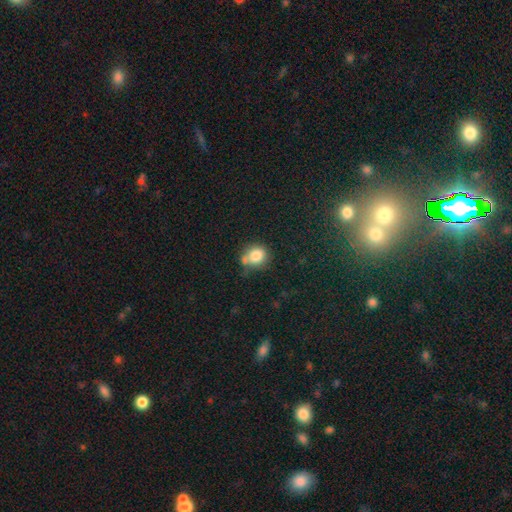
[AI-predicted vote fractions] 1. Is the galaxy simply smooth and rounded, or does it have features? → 82% smooth, 10% star or artifact, 8% featured or disk.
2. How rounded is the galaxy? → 81% round, 18% in between, 1% cigar-shaped.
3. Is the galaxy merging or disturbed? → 55% none, 22% merger, 18% minor disturbance, 6% major disturbance.